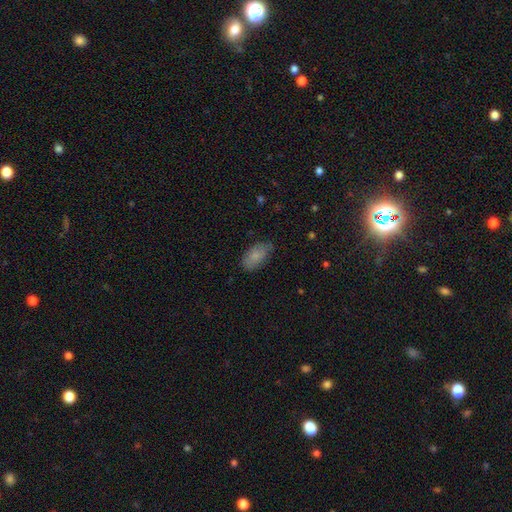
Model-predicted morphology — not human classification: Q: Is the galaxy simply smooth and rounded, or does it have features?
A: smooth — 84%.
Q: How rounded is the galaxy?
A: in between — 93%.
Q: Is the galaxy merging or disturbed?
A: none — 74%.